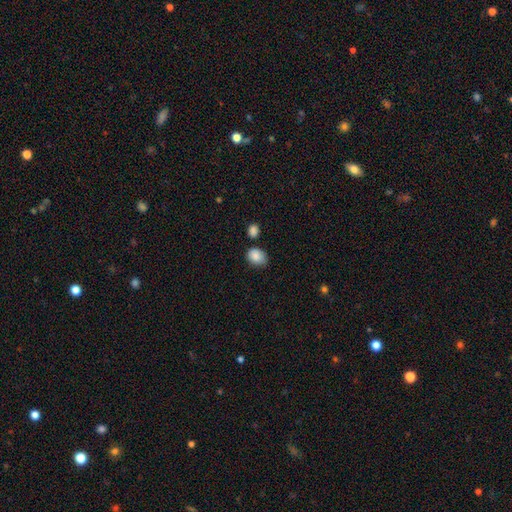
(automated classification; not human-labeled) Smooth or featured?
  - smooth: 86% *
  - star or artifact: 8%
  - featured or disk: 6%
How rounded?
  - in between: 58% *
  - round: 41%
  - cigar-shaped: 1%
Merging?
  - none: 66% *
  - minor disturbance: 23%
  - merger: 7%
  - major disturbance: 4%